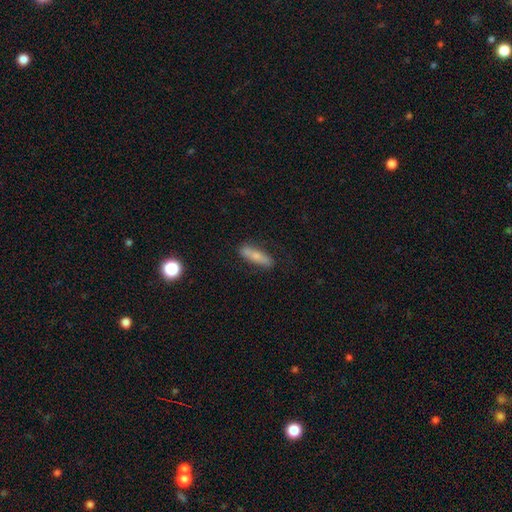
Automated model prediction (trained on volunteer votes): Overall: smooth (67%). How rounded: cigar-shaped (66%; in between 31%). Merging: none (83%).